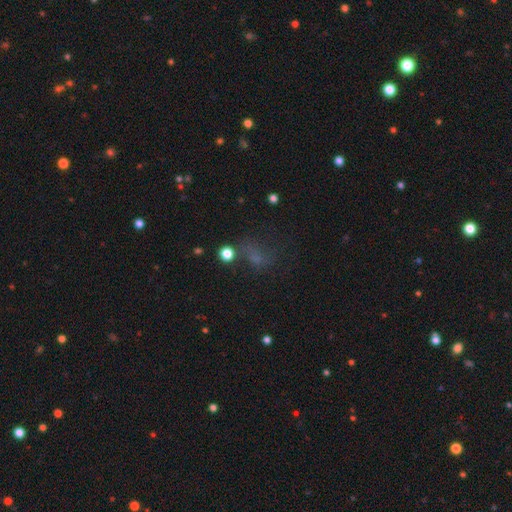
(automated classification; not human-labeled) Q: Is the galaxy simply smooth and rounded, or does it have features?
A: smooth — 49%.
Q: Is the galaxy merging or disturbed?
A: none — 44%.